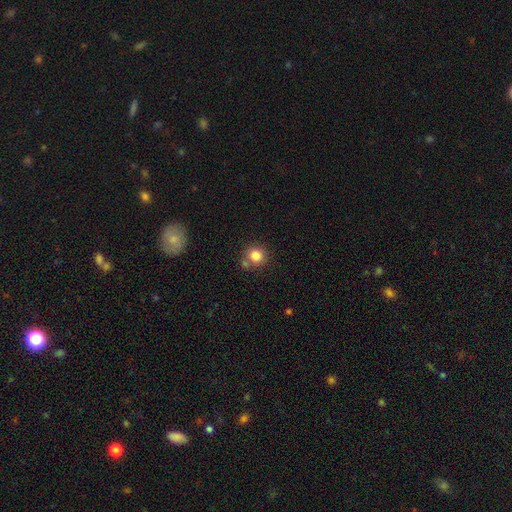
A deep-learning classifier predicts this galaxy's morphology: This is clearly a smooth galaxy (82%). How rounded: clearly round (88%). Merging: likely none (69%).